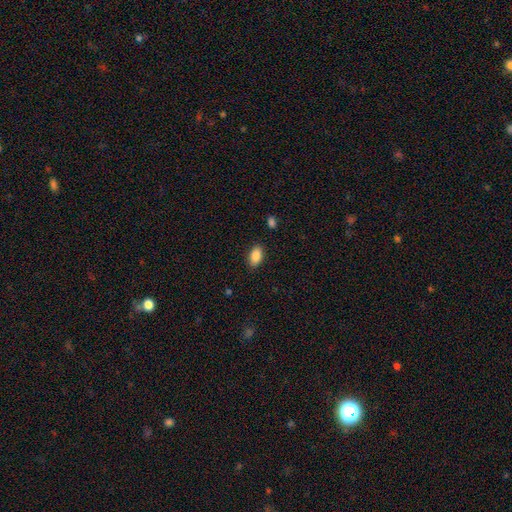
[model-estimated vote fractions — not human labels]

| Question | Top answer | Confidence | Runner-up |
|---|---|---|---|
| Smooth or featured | smooth | 88% | star or artifact (7%) |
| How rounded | in between | 92% | round (5%) |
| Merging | none | 87% | minor disturbance (10%) |